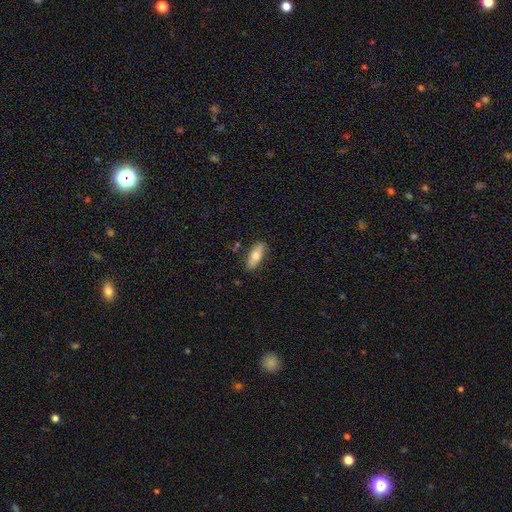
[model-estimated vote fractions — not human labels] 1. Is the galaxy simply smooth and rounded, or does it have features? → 67% smooth, 27% featured or disk, 6% star or artifact.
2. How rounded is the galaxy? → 64% in between, 33% cigar-shaped, 3% round.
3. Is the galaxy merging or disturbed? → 85% none, 11% minor disturbance, 2% major disturbance, 2% merger.